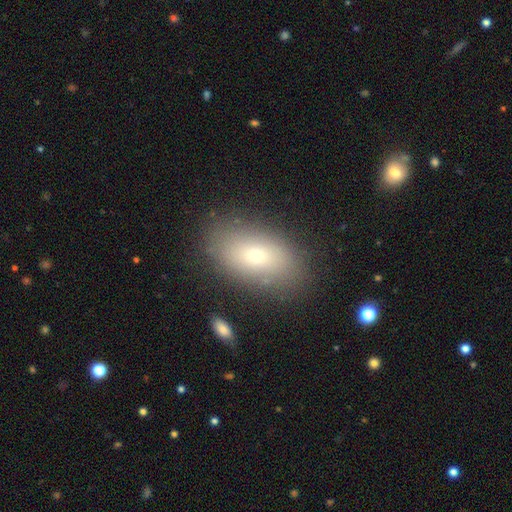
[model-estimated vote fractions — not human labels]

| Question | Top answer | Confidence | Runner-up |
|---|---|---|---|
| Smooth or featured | smooth | 72% | featured or disk (18%) |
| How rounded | in between | 89% | round (8%) |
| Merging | none | 81% | minor disturbance (12%) |